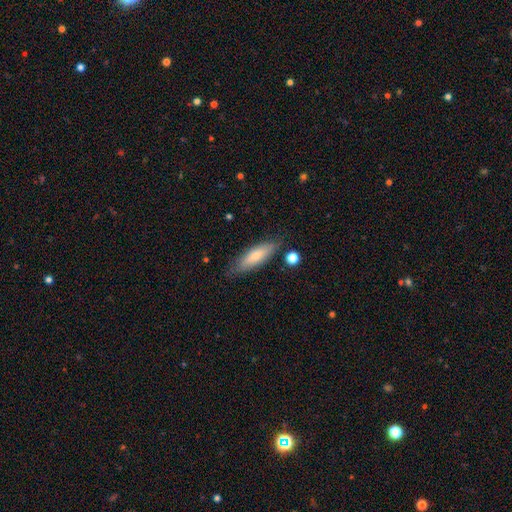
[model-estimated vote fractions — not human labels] A smooth galaxy with no disk features (73%) that is cigar-shaped (50%).

Vote fractions:
- Smooth or featured? smooth: 73% / featured or disk: 20% / star or artifact: 6%
- How rounded? cigar-shaped: 50% / in between: 48% / round: 2%
- Merging? none: 78% / minor disturbance: 16% / major disturbance: 3% / merger: 3%